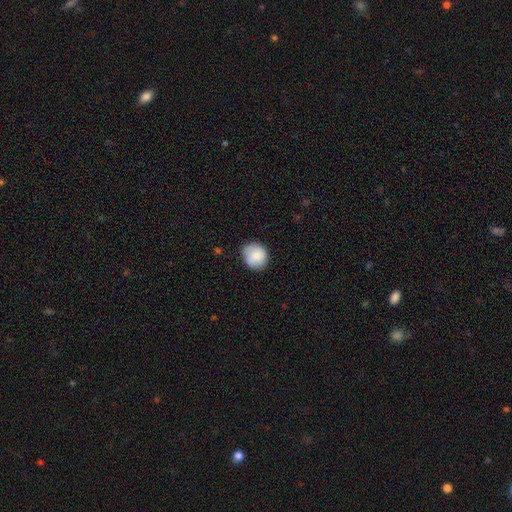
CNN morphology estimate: Smooth or featured? Predicted: smooth (p=0.79). How rounded? Predicted: round (p=0.78). Merging? Predicted: none (p=0.71).